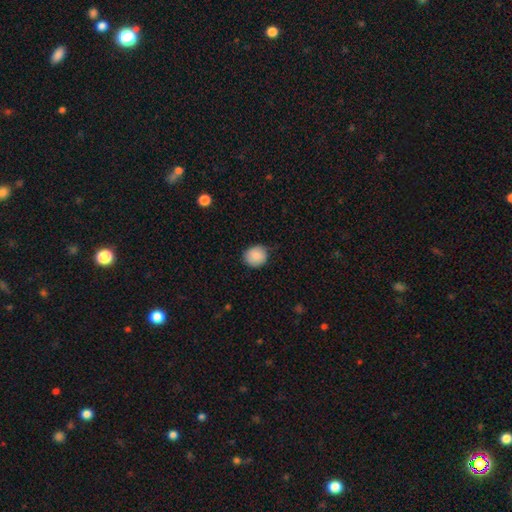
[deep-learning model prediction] This is clearly a smooth galaxy (87%). How rounded: clearly round (82%). Merging: likely none (79%).